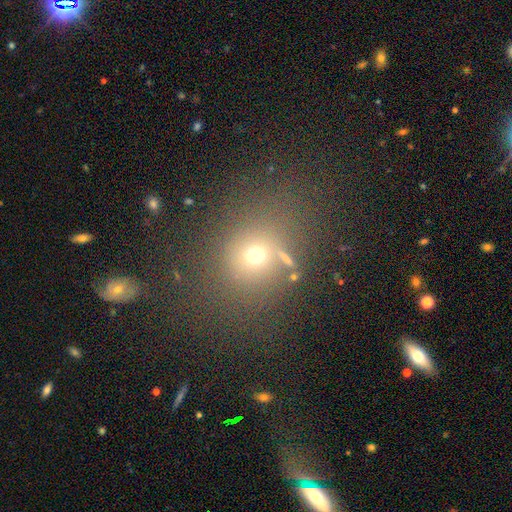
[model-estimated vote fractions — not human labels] Q: Smooth or featured?
A: smooth (63%); runner-up: star or artifact (25%)
Q: How rounded?
A: round (70%); runner-up: in between (29%)
Q: Merging?
A: none (73%); runner-up: minor disturbance (13%)